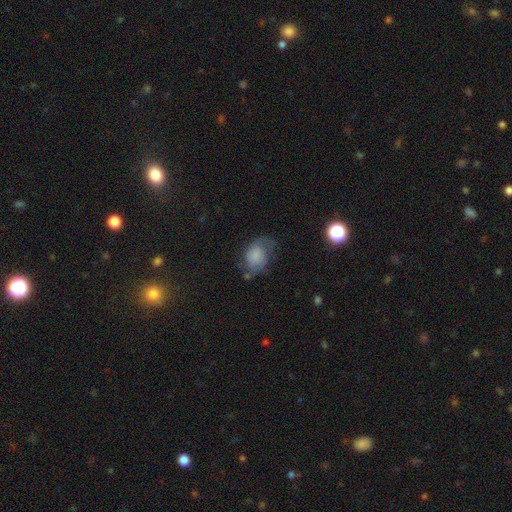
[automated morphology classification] Smooth or featured? smooth (59%)
How rounded? in between (69%)
Merging? none (37%)